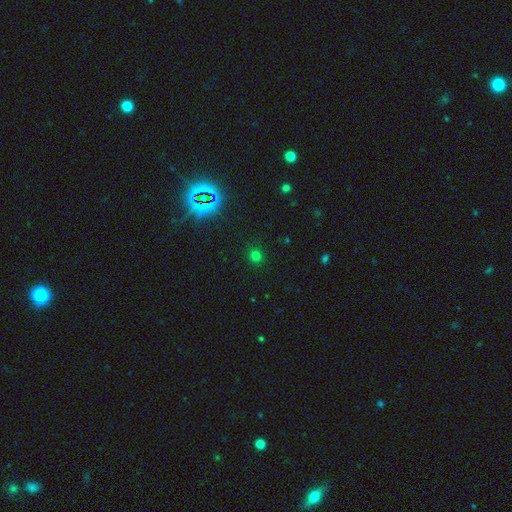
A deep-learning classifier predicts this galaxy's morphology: Smooth or featured? Predicted: smooth (p=0.70). How rounded? Predicted: round (p=0.86). Merging? Predicted: none (p=0.89).